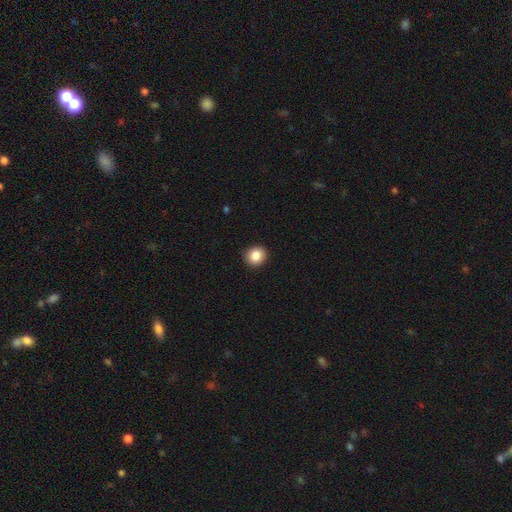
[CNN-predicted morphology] The model was most divided on "how rounded": round: 86%, in between: 13%, cigar-shaped: 1%. More confident: merging — none (91%); smooth or featured — smooth (87%).